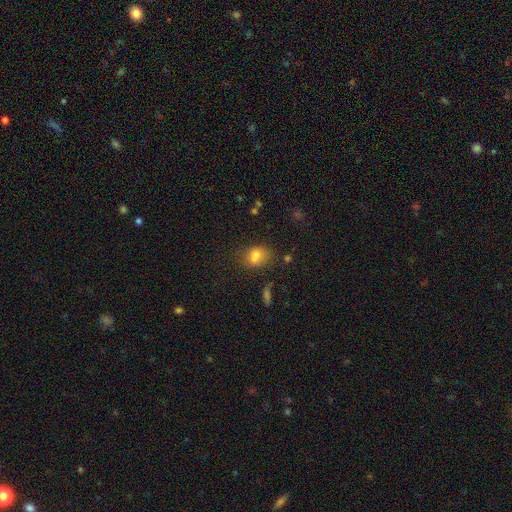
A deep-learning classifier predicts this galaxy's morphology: smooth 75%, star or artifact 13%, featured or disk 12%. Down the decision tree: how rounded — in between (61%); merging — none (51%).